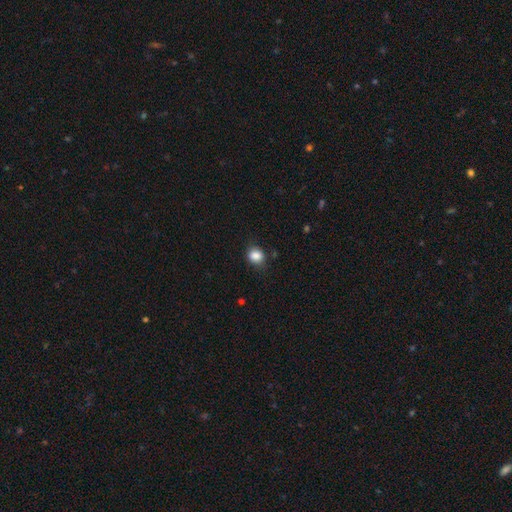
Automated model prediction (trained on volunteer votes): This is clearly a smooth galaxy (85%). How rounded: possibly round (58%). Merging: likely none (74%).